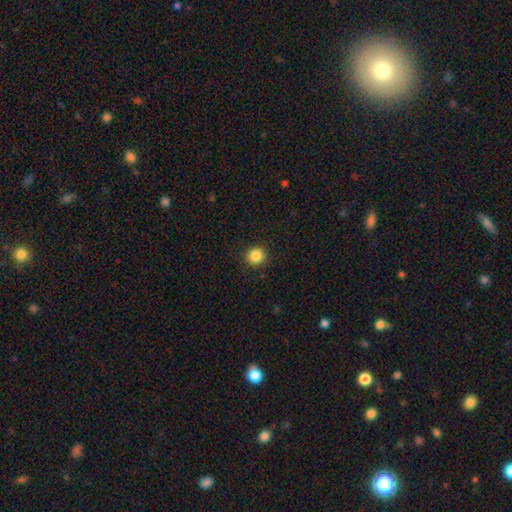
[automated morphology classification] Smooth or featured: smooth — 86% (star or artifact — 10%)
How rounded: round — 91% (in between — 8%)
Merging: none — 90% (minor disturbance — 7%)